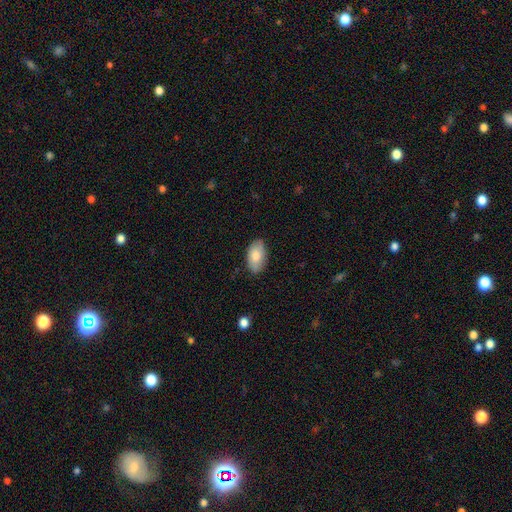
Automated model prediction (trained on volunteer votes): smooth 82%, featured or disk 12%, star or artifact 6%. Down the decision tree: how rounded — in between (94%); merging — none (83%).